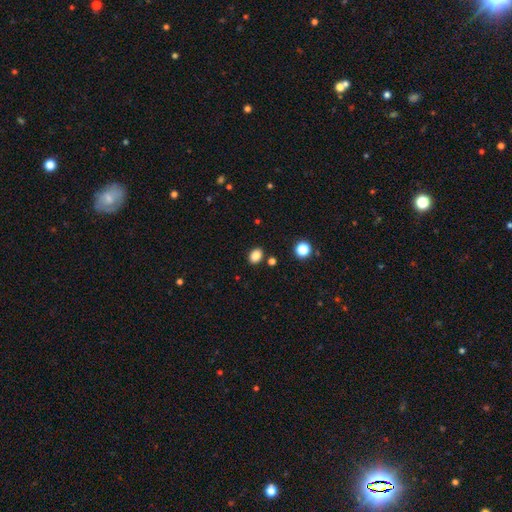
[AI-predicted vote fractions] smooth 85%, star or artifact 11%, featured or disk 4%. Down the decision tree: how rounded — in between (66%); merging — none (85%).